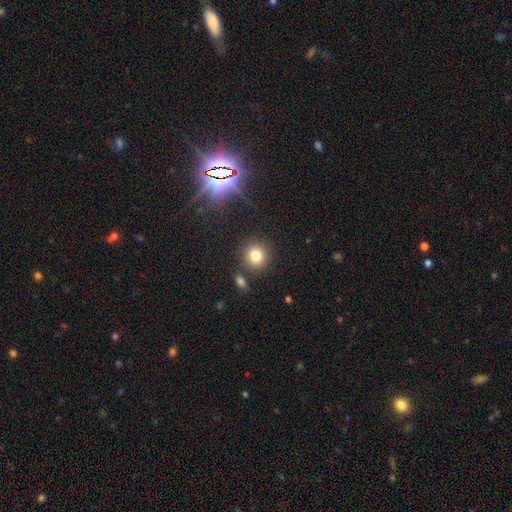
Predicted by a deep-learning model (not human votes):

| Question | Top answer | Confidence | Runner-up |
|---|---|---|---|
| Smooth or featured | smooth | 80% | star or artifact (13%) |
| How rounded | round | 88% | in between (11%) |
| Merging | none | 83% | minor disturbance (8%) |